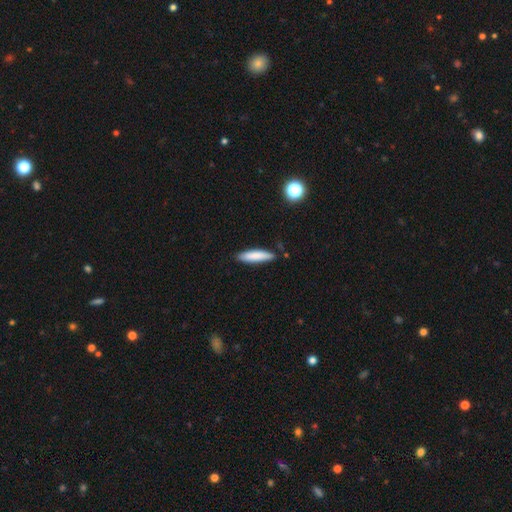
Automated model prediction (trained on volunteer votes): Smooth or featured? Predicted: smooth (p=0.81). How rounded? Predicted: cigar-shaped (p=0.80). Merging? Predicted: none (p=0.85).